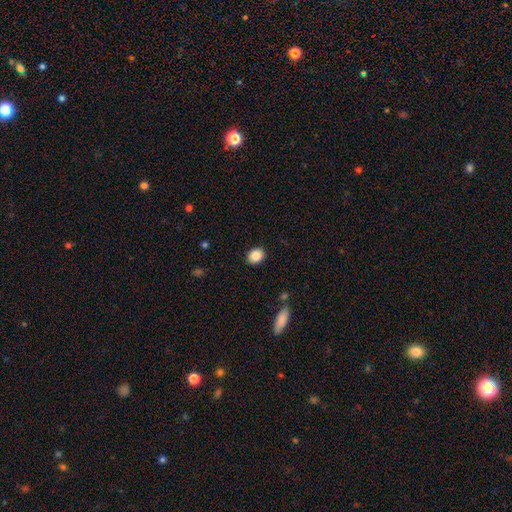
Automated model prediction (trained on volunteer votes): A smooth galaxy with no disk features (86%) that is round (59%). Merging: none (90%).